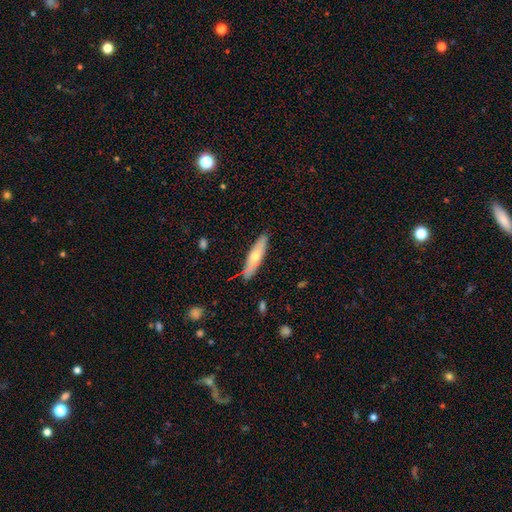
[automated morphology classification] smooth 55%, featured or disk 38%, star or artifact 6%. Down the decision tree: how rounded — cigar-shaped (74%); merging — none (85%).